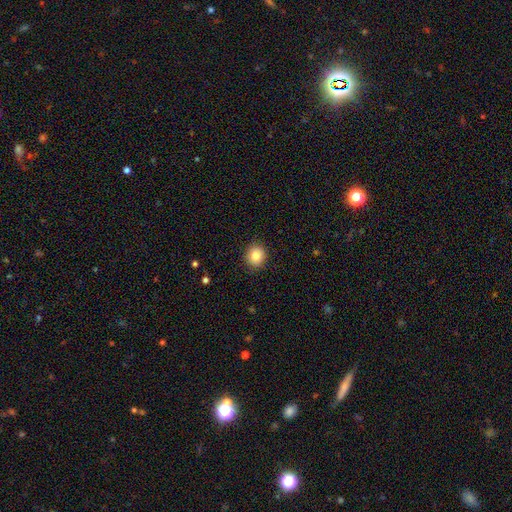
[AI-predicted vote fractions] Smooth or featured: smooth — 83% (star or artifact — 10%)
How rounded: round — 84% (in between — 15%)
Merging: none — 90% (minor disturbance — 7%)